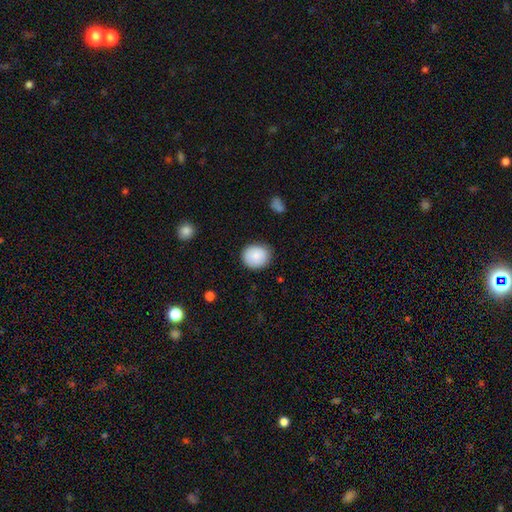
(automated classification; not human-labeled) The model was most divided on "how rounded": round: 71%, in between: 28%, cigar-shaped: 1%. More confident: smooth or featured — smooth (84%); merging — none (82%).